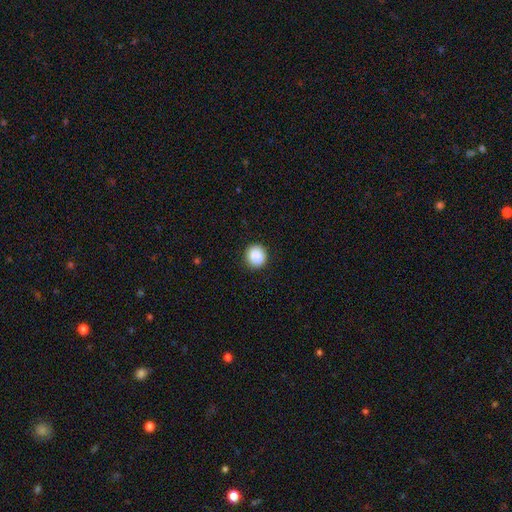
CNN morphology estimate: Q: Smooth or featured?
A: smooth (85%); runner-up: star or artifact (9%)
Q: How rounded?
A: round (93%); runner-up: in between (6%)
Q: Merging?
A: none (92%); runner-up: minor disturbance (5%)